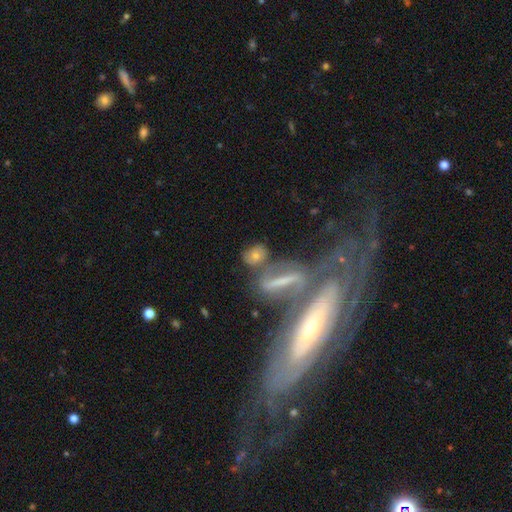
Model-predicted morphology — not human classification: Smooth or featured? smooth (64%)
How rounded? in between (55%)
Merging? none (52%)